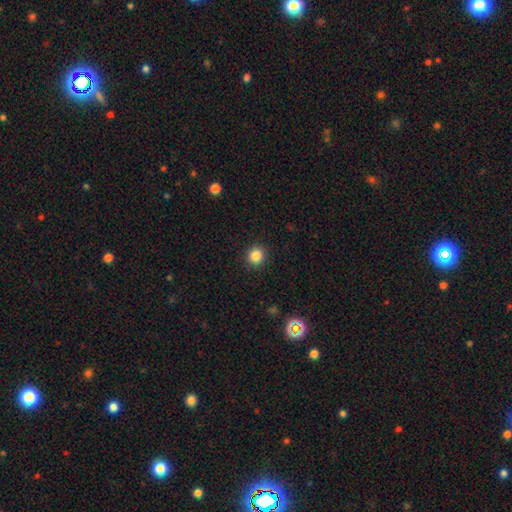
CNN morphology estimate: smooth_or_featured: smooth (p=0.84) [alt: star or artifact p=0.12]
how_rounded: round (p=0.90) [alt: in between p=0.09]
merging: none (p=0.91) [alt: minor disturbance p=0.06]